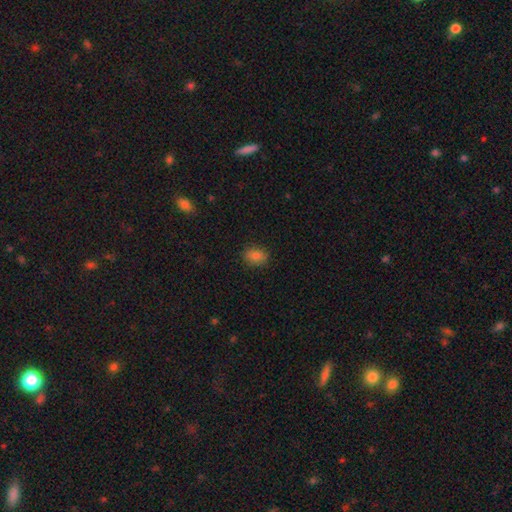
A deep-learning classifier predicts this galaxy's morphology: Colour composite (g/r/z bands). It shows a smooth galaxy with no disk features (82%) that is in between round and cigar-shaped (60%). Merging: none (85%).